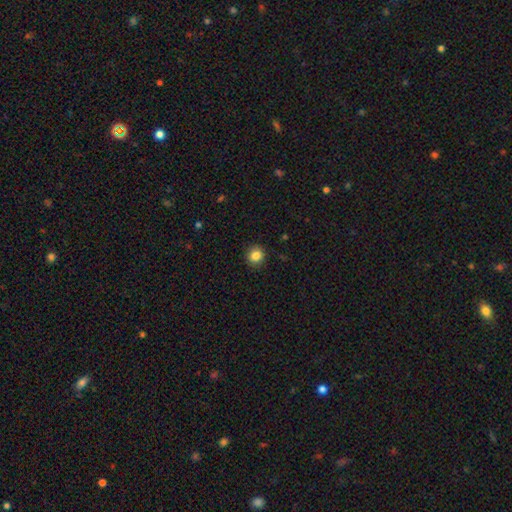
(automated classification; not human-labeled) This is clearly a smooth galaxy (85%). How rounded: clearly round (90%). Merging: clearly none (92%).